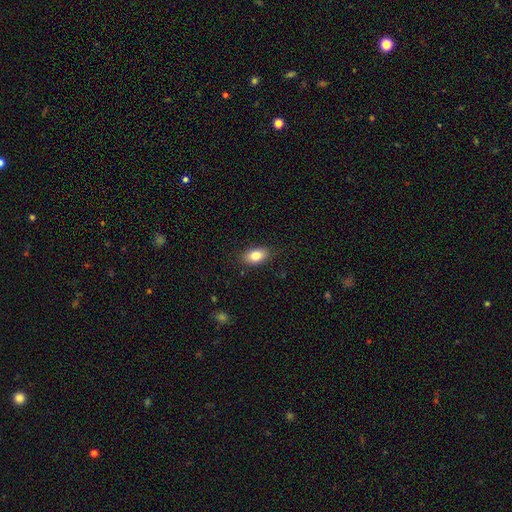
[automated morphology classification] Smooth or featured?
  - smooth: 83% *
  - featured or disk: 10%
  - star or artifact: 8%
How rounded?
  - in between: 90% *
  - round: 7%
  - cigar-shaped: 2%
Merging?
  - none: 86% *
  - minor disturbance: 11%
  - major disturbance: 2%
  - merger: 1%